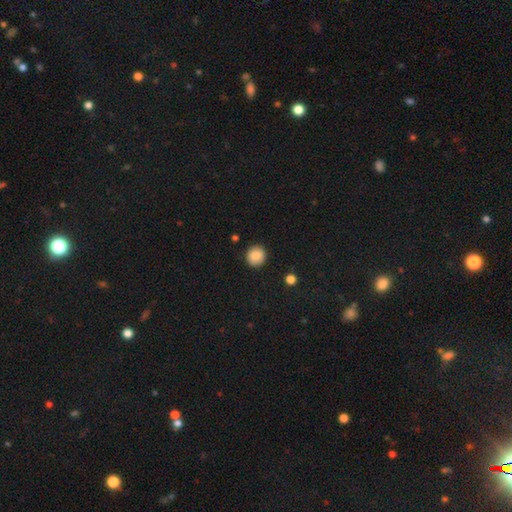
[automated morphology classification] This appears to be a smooth galaxy with no disk features (87%) that is round (90%). Merging: none (89%).